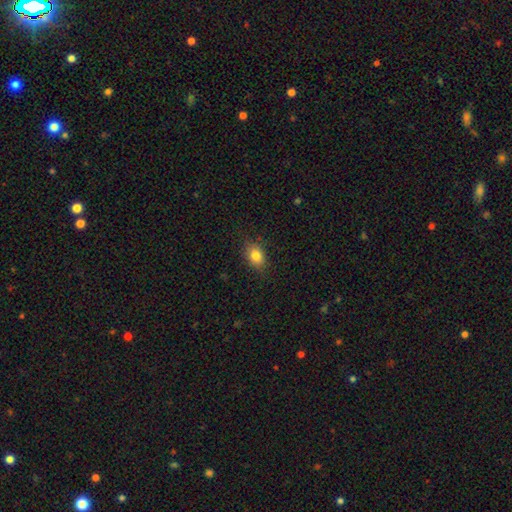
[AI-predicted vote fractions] Morphology: type=smooth (83%); roundness=in between (72%); merging=none (84%).